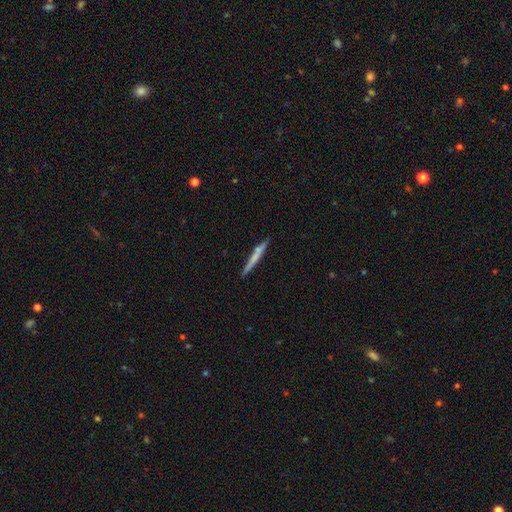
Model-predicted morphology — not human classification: Smooth or featured? Predicted: smooth (p=0.55). How rounded? Predicted: cigar-shaped (p=0.96). Merging? Predicted: none (p=0.85).